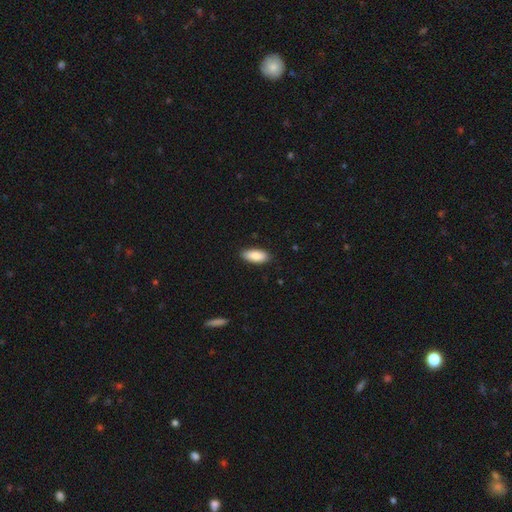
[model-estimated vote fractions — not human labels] smooth 87%, featured or disk 7%, star or artifact 6%. Down the decision tree: how rounded — in between (86%); merging — none (89%).